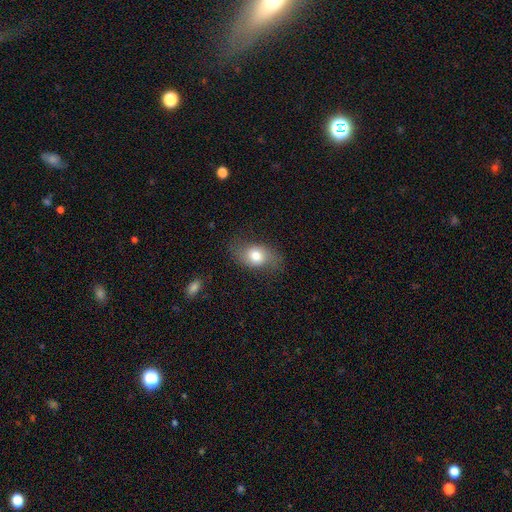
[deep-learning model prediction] Morphology: type=smooth (68%); roundness=in between (74%); merging=none (68%).